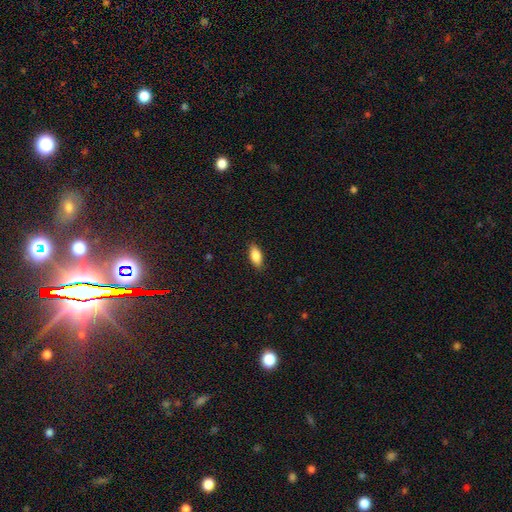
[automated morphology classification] Overall: smooth (86%). How rounded: in between (87%). Merging: none (88%).